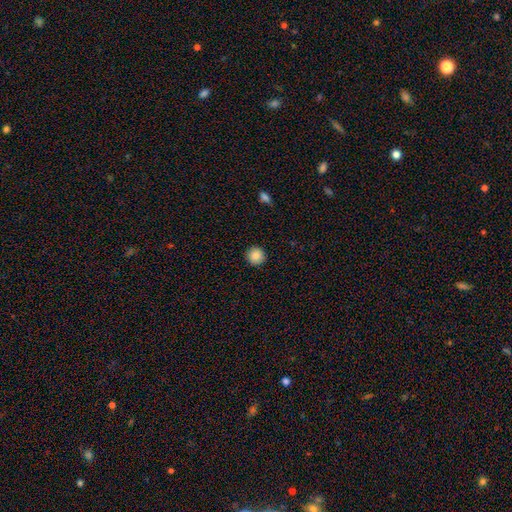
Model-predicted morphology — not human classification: Smooth or featured: smooth — 87% (star or artifact — 9%)
How rounded: round — 95% (in between — 4%)
Merging: none — 92% (minor disturbance — 5%)